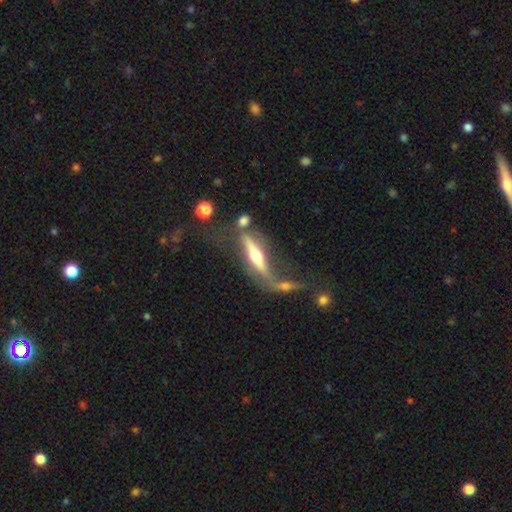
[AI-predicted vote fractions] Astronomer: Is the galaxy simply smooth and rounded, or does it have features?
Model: featured or disk — 72%.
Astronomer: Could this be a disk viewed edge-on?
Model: yes — 89%.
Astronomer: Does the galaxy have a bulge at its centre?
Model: rounded — 92%.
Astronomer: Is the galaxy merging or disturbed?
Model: none — 40% (runner-up: merger, 29%).